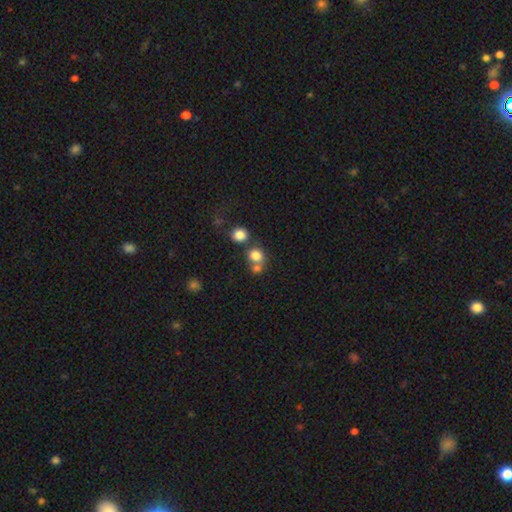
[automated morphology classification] Smooth or featured?
  - smooth: 78% *
  - star or artifact: 13%
  - featured or disk: 9%
How rounded?
  - round: 77% *
  - in between: 22%
  - cigar-shaped: 1%
Merging?
  - none: 47% *
  - merger: 40%
  - minor disturbance: 8%
  - major disturbance: 4%